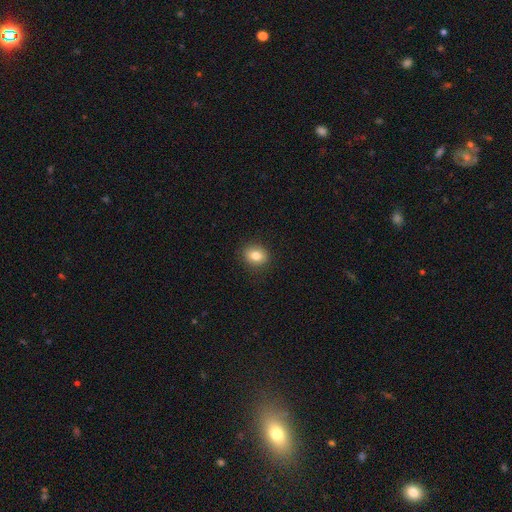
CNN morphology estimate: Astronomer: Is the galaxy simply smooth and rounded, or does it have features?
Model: smooth — 82%.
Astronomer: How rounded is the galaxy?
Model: round — 59% (runner-up: in between, 40%).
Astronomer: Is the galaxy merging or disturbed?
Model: none — 89%.